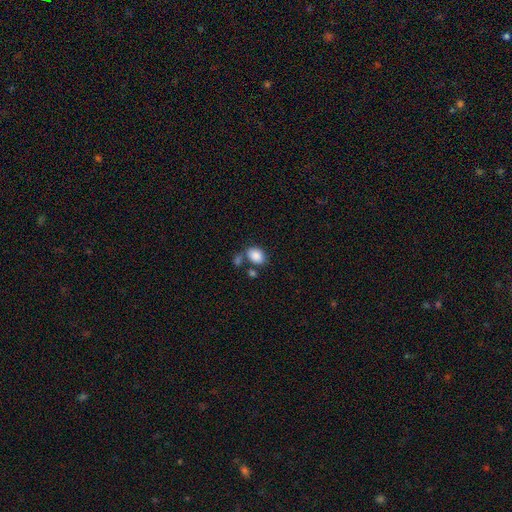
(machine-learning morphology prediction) Smooth or featured?
  - smooth: 86% *
  - star or artifact: 8%
  - featured or disk: 5%
How rounded?
  - in between: 73% *
  - round: 26%
  - cigar-shaped: 1%
Merging?
  - none: 57% *
  - merger: 22%
  - minor disturbance: 15%
  - major disturbance: 6%